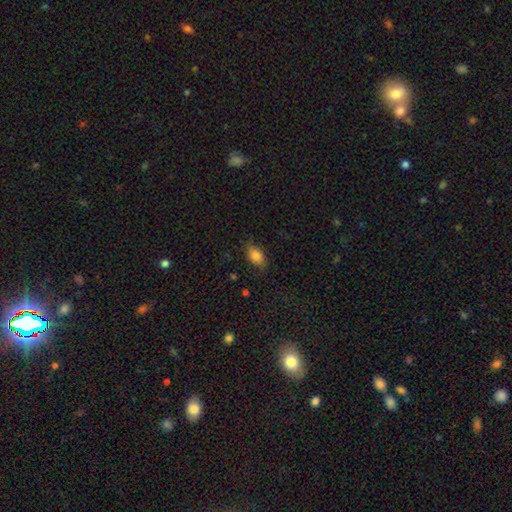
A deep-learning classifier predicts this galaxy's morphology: Smooth or featured? smooth (84%)
How rounded? in between (87%)
Merging? none (78%)